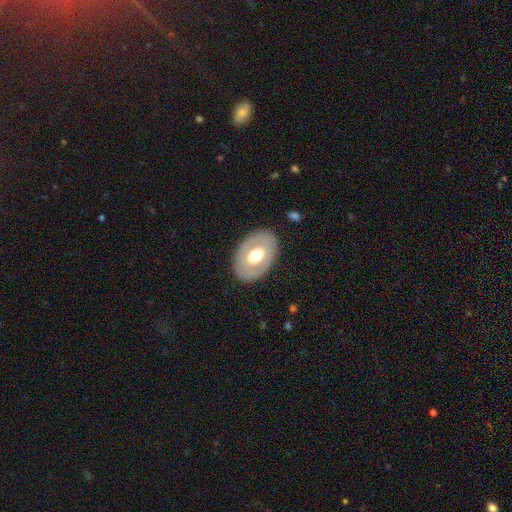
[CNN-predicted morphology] smooth_or_featured: smooth (p=0.50) [alt: featured or disk p=0.44]
how_rounded: in between (p=0.82) [alt: round p=0.17]
merging: none (p=0.85) [alt: minor disturbance p=0.10]